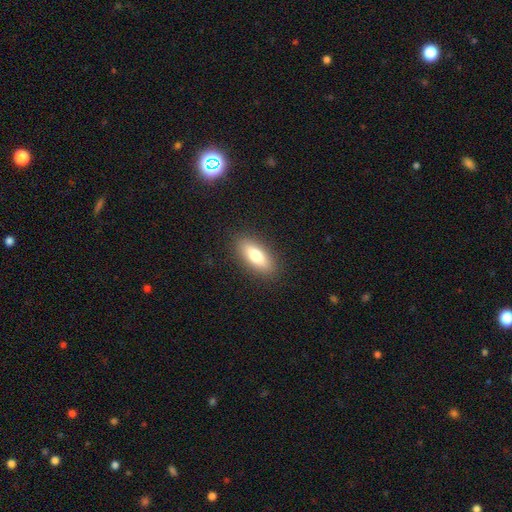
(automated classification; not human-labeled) Smooth or featured? Predicted: smooth (p=0.76). How rounded? Predicted: in between (p=0.75). Merging? Predicted: none (p=0.88).